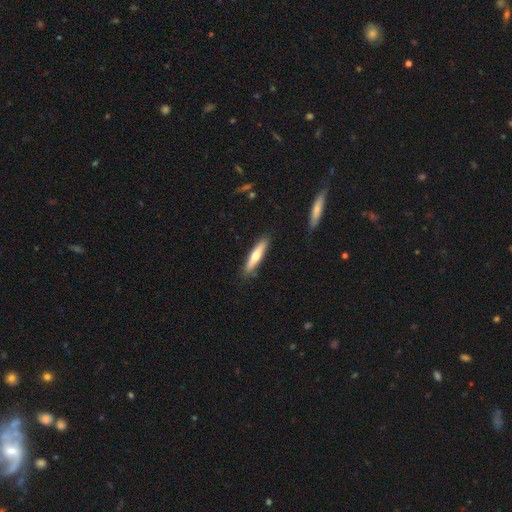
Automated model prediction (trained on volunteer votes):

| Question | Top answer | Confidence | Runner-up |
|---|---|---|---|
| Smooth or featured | smooth | 58% | featured or disk (37%) |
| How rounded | cigar-shaped | 84% | in between (15%) |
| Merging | none | 88% | minor disturbance (9%) |